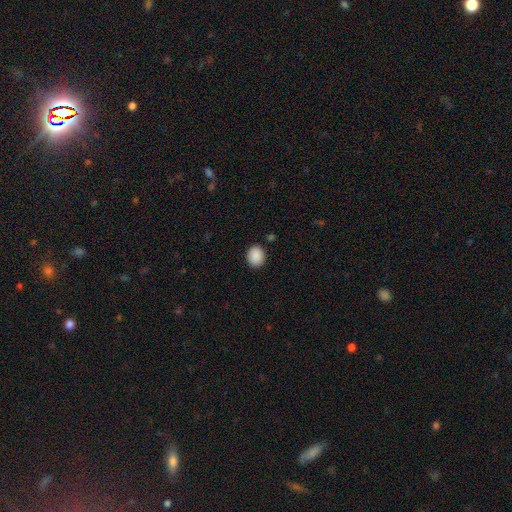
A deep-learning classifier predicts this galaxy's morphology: The model was most divided on "how rounded": round: 65%, in between: 34%, cigar-shaped: 1%. More confident: smooth or featured — smooth (90%); merging — none (89%).